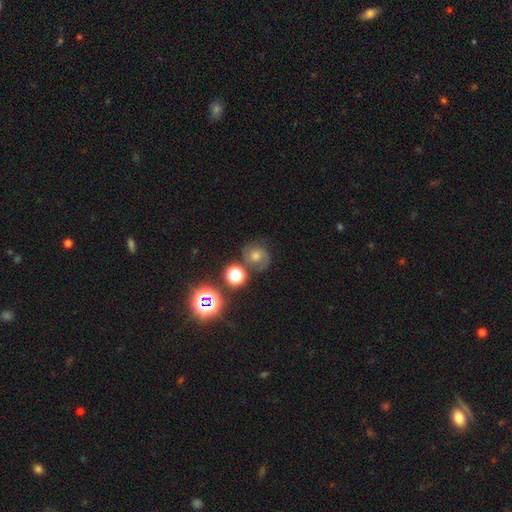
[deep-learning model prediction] Smooth or featured? featured or disk (46%)
Merging? none (69%)